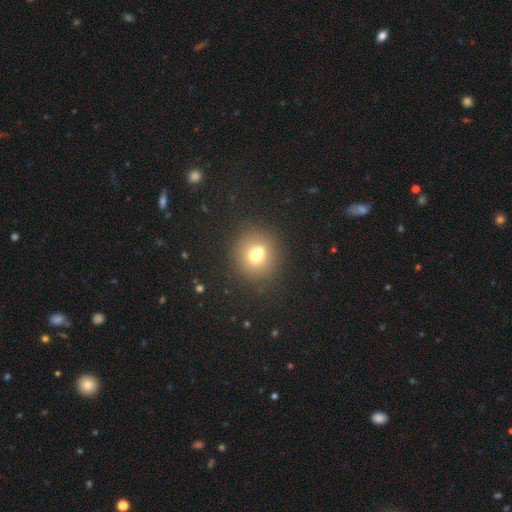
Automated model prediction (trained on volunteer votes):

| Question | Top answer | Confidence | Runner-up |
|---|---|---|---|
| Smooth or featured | smooth | 67% | featured or disk (20%) |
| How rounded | round | 88% | in between (11%) |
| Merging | none | 53% | merger (36%) |